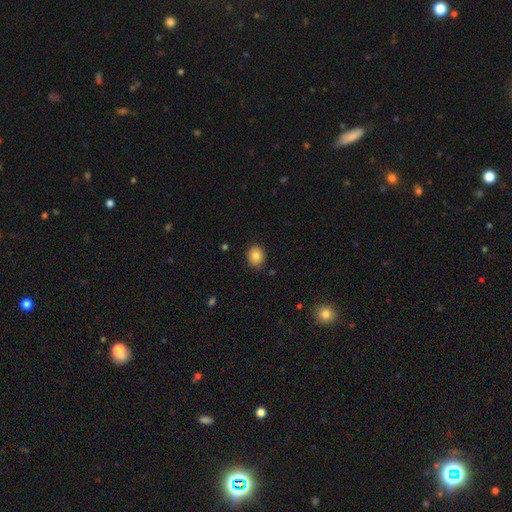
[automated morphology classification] type=smooth (85%); roundness=round (63%); merging=none (87%).